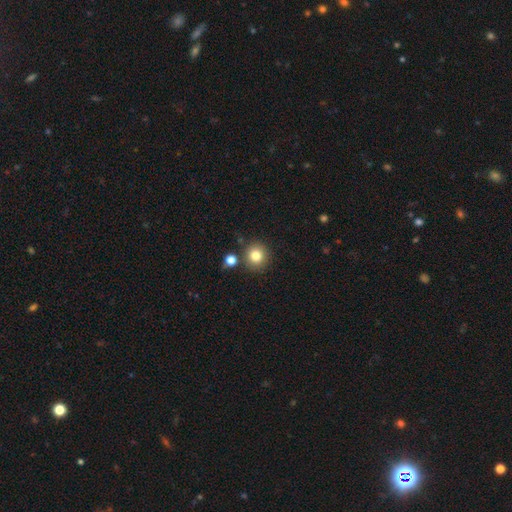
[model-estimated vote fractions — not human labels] Smooth or featured? Predicted: smooth (p=0.80). How rounded? Predicted: round (p=0.92). Merging? Predicted: none (p=0.82).